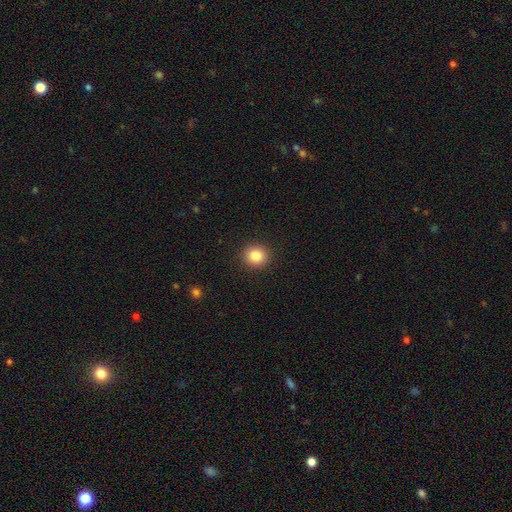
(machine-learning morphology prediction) Smooth or featured?
  - smooth: 84% *
  - star or artifact: 10%
  - featured or disk: 6%
How rounded?
  - round: 89% *
  - in between: 10%
  - cigar-shaped: 1%
Merging?
  - none: 92% *
  - minor disturbance: 5%
  - major disturbance: 2%
  - merger: 1%